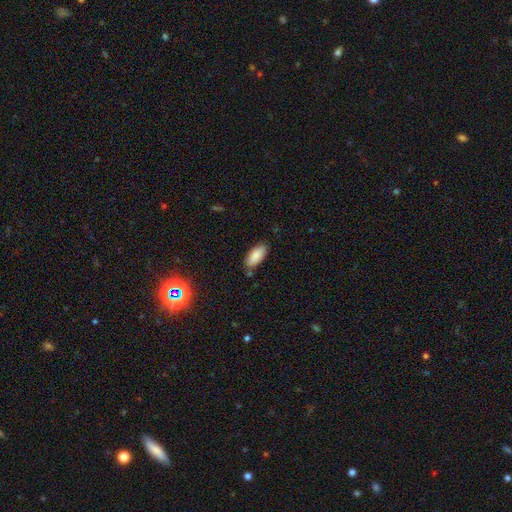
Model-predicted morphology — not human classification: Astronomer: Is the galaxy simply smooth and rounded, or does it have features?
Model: smooth — 87%.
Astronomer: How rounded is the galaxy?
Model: in between — 85%.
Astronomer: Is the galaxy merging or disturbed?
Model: none — 79%.